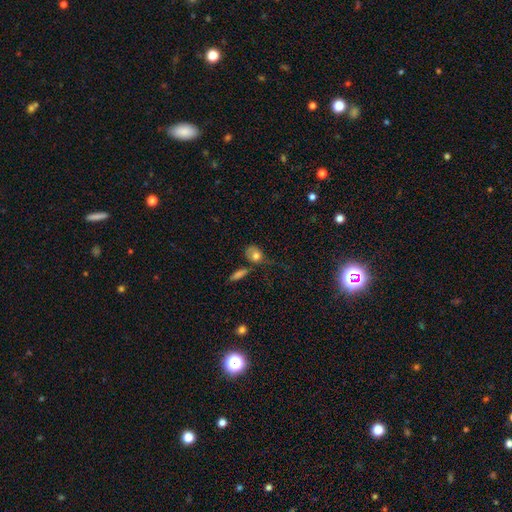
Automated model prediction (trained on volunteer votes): A smooth galaxy with no disk features (76%) that is in between round and cigar-shaped (59%).

Vote fractions:
- Smooth or featured? smooth: 76% / featured or disk: 15% / star or artifact: 9%
- How rounded? in between: 59% / round: 38% / cigar-shaped: 3%
- Merging? none: 39% / minor disturbance: 29% / major disturbance: 19% / merger: 12%